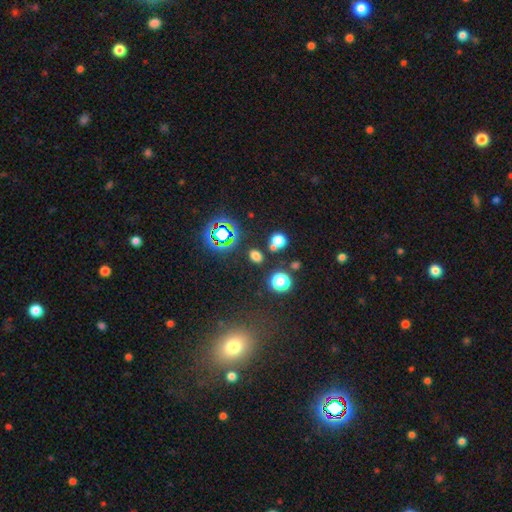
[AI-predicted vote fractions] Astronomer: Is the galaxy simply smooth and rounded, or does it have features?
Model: smooth — 61%.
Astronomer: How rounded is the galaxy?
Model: in between — 52% (runner-up: round, 46%).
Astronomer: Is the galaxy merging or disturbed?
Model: none — 74%.